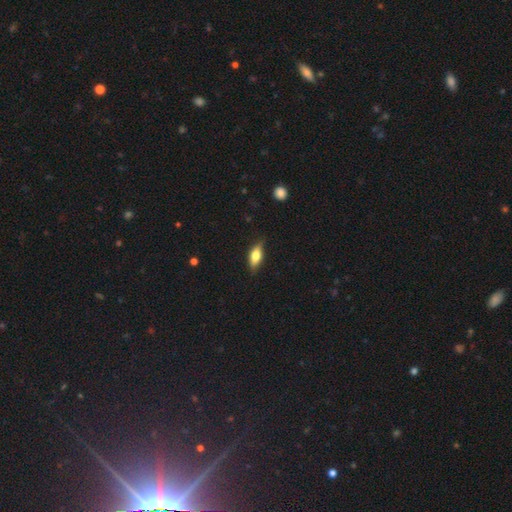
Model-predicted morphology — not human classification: smooth-or-featured: smooth: 65% | featured or disk: 28% | star or artifact: 7%
  how-rounded: in between: 76% | cigar-shaped: 21% | round: 4%
  merging: none: 79% | minor disturbance: 16% | major disturbance: 3% | merger: 1%